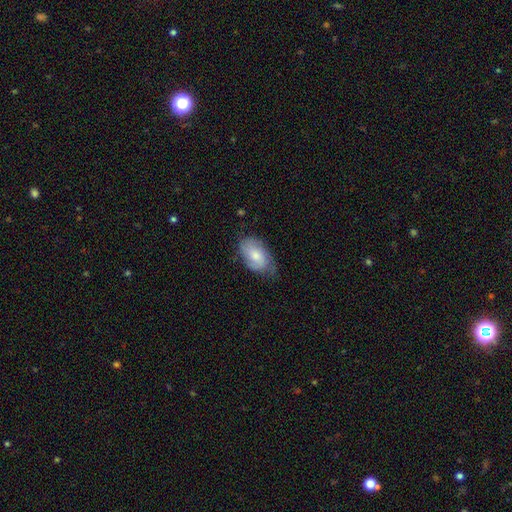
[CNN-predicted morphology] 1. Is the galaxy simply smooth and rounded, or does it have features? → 54% smooth, 40% featured or disk, 6% star or artifact.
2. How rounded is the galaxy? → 92% in between, 6% round, 2% cigar-shaped.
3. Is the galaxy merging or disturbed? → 58% none, 31% minor disturbance, 10% major disturbance, 1% merger.